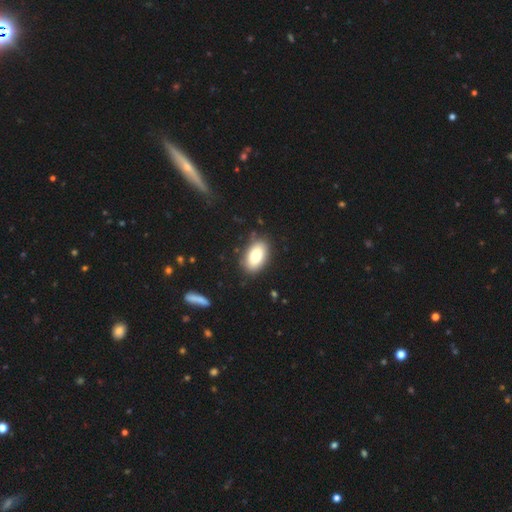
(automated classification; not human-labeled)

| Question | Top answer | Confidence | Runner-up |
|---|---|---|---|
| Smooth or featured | smooth | 80% | featured or disk (13%) |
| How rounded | in between | 92% | round (6%) |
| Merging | none | 85% | minor disturbance (11%) |